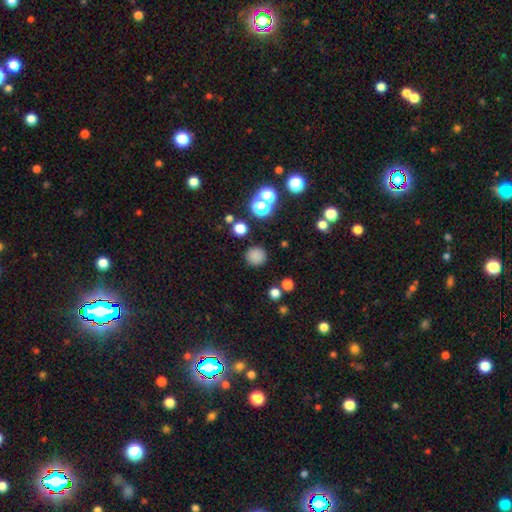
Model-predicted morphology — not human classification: This appears to be a smooth galaxy with no disk features (79%) that is round (93%). Merging: none (86%).